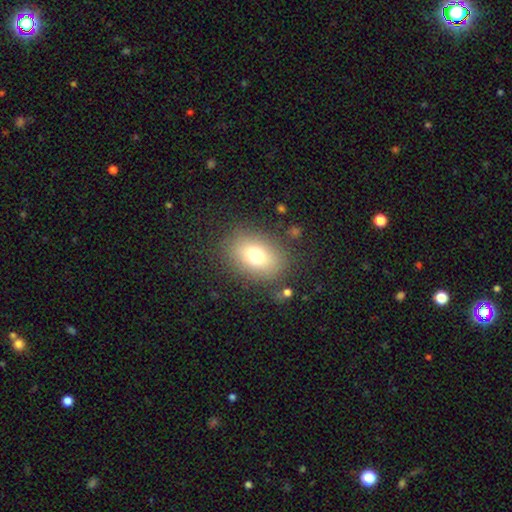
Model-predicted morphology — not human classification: This appears to be a smooth galaxy with no disk features (73%) that is in between round and cigar-shaped (67%). Merging: none (81%).